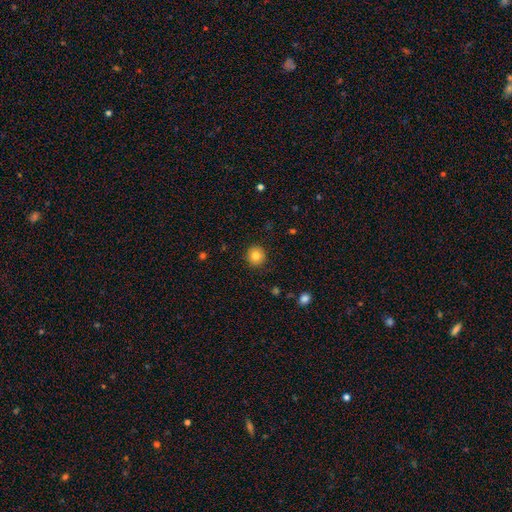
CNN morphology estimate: This is clearly a smooth galaxy (82%). How rounded: clearly round (93%). Merging: clearly none (91%).